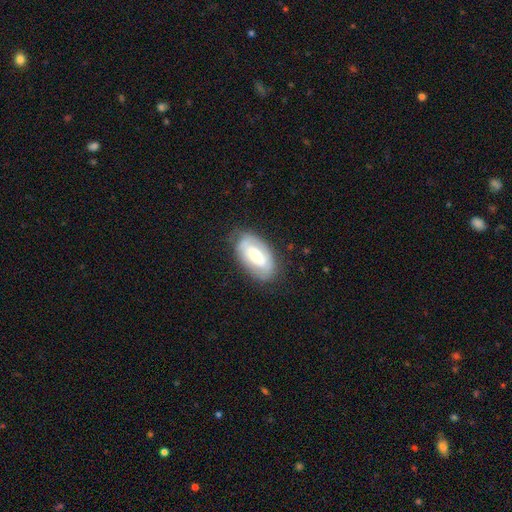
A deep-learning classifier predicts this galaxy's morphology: A featured or disk galaxy (56%) with no bar (41%), spiral arms (63%) and a moderate central bulge (61%). Merging: none (72%).